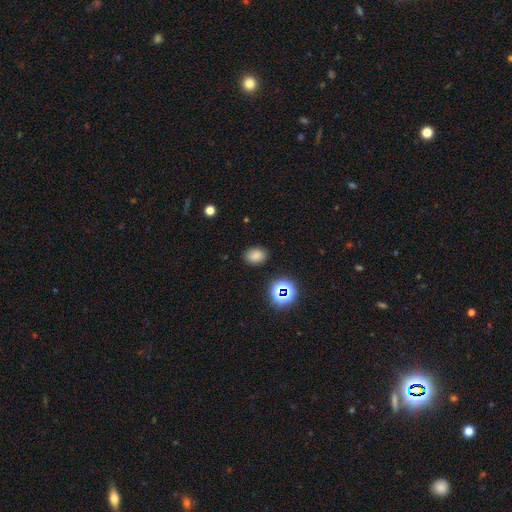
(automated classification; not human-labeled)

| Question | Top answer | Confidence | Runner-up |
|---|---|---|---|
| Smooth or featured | smooth | 77% | star or artifact (17%) |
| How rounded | in between | 68% | round (31%) |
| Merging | none | 86% | minor disturbance (9%) |